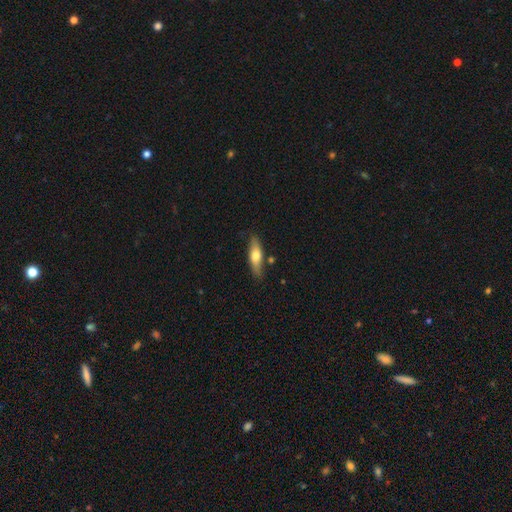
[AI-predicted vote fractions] Smooth or featured? smooth (59%)
How rounded? cigar-shaped (55%)
Merging? none (78%)